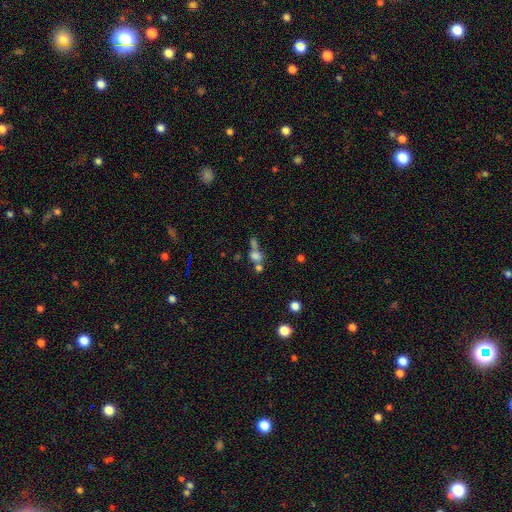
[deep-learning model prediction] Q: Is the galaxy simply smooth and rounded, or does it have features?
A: smooth — 65%.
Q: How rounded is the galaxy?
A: round — 55%.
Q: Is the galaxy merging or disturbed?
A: merger — 52%.